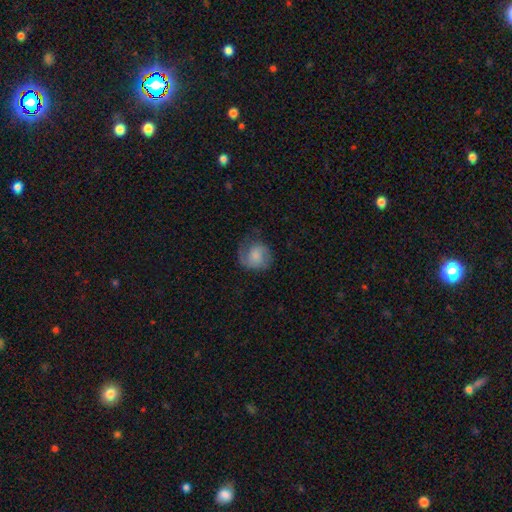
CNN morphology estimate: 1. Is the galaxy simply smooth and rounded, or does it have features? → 51% smooth, 41% featured or disk, 8% star or artifact.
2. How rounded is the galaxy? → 78% round, 21% in between, 1% cigar-shaped.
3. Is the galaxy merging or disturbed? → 55% none, 26% minor disturbance, 18% major disturbance, 1% merger.